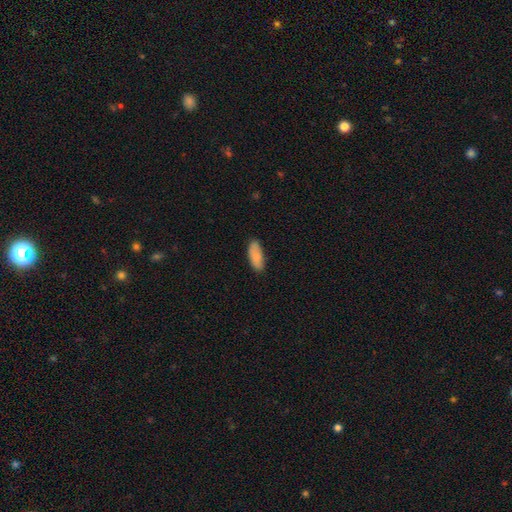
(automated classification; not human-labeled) Q: Smooth or featured?
A: smooth (88%); runner-up: featured or disk (6%)
Q: How rounded?
A: in between (78%); runner-up: cigar-shaped (20%)
Q: Merging?
A: none (81%); runner-up: minor disturbance (15%)